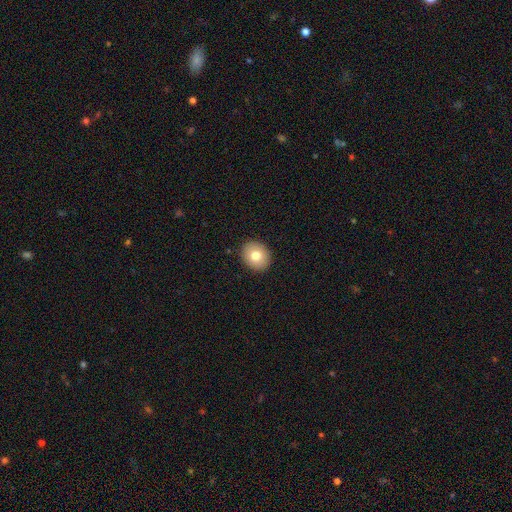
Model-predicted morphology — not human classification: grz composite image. It shows a smooth galaxy with no disk features (77%) that is round (67%). Merging: none (91%).